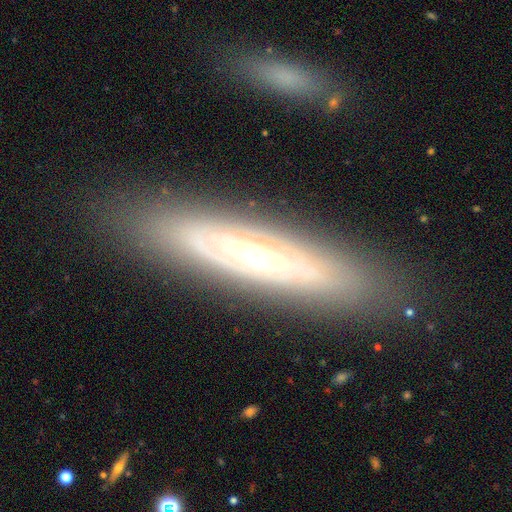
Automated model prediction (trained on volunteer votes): Q: Smooth or featured?
A: featured or disk (71%); runner-up: smooth (21%)
Q: Edge-on disk?
A: yes (57%); runner-up: no (43%)
Q: Merging?
A: none (84%); runner-up: minor disturbance (10%)